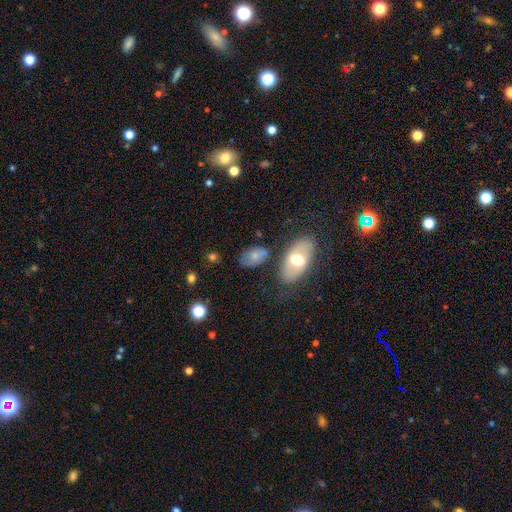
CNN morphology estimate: smooth_or_featured: smooth (p=0.67) [alt: featured or disk p=0.25]
how_rounded: in between (p=0.89) [alt: round p=0.09]
merging: none (p=0.62) [alt: minor disturbance p=0.21]